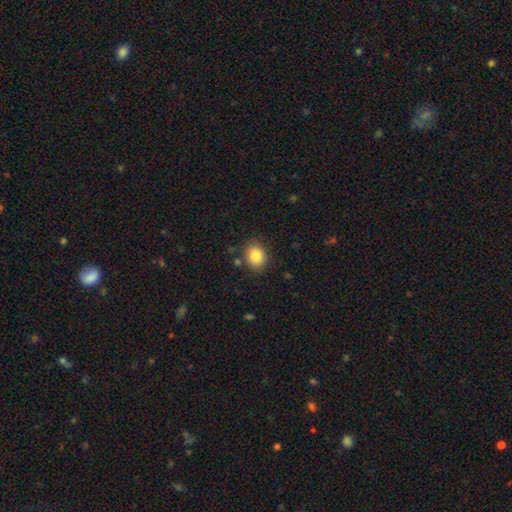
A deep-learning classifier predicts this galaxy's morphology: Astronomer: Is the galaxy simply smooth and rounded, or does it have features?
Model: smooth — 85%.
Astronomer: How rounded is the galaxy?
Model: round — 53% (runner-up: in between, 46%).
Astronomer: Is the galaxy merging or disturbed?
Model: none — 84%.